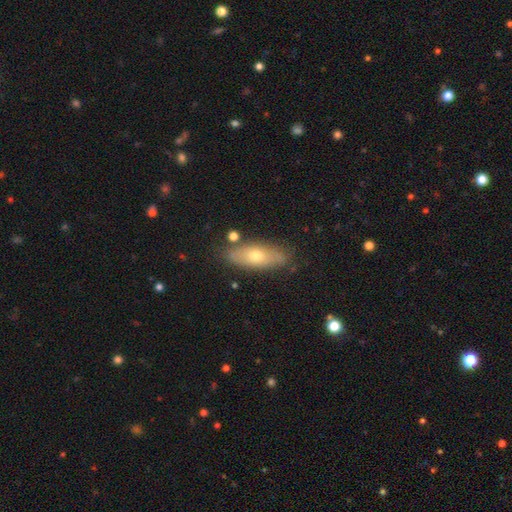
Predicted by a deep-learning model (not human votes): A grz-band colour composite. It shows a smooth galaxy with no disk features (57%) that is in between round and cigar-shaped (66%). Merging: none (81%).